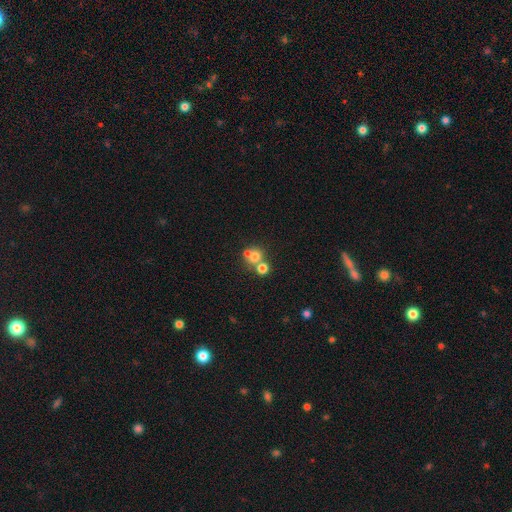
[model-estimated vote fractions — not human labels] The model was most divided on "merging": merger: 45%, none: 43%, minor disturbance: 7%, major disturbance: 4%. More confident: how rounded — round (82%); smooth or featured — smooth (68%).